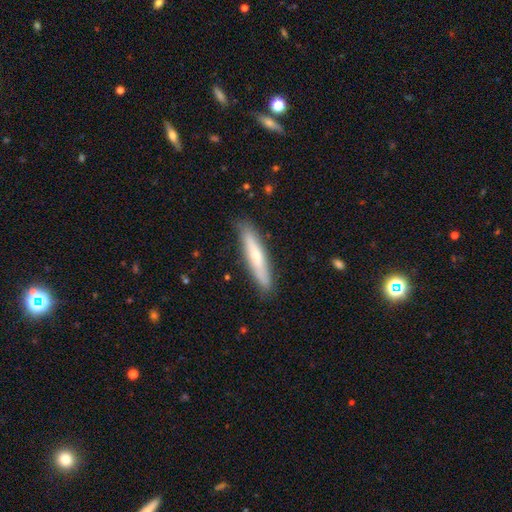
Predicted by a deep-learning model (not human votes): Smooth or featured?
  - smooth: 55% *
  - featured or disk: 39%
  - star or artifact: 6%
How rounded?
  - cigar-shaped: 88% *
  - in between: 10%
  - round: 1%
Merging?
  - none: 87% *
  - minor disturbance: 10%
  - major disturbance: 2%
  - merger: 1%